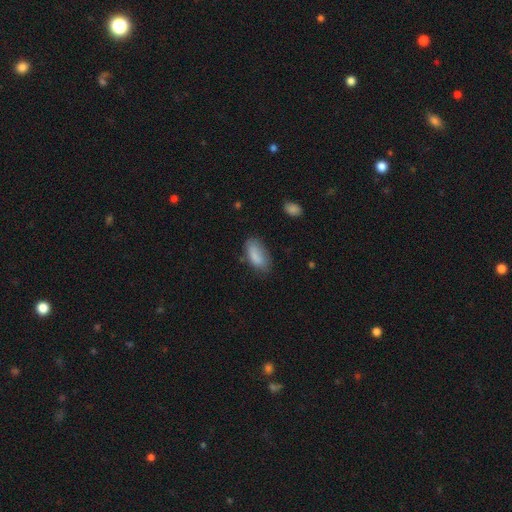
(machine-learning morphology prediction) A smooth galaxy with no disk features (83%) that is in between round and cigar-shaped (90%). Merging: none (62%).